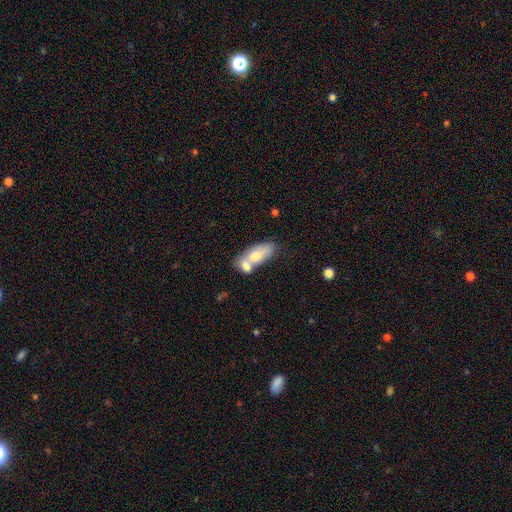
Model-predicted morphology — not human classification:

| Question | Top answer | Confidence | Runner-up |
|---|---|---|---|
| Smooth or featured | smooth | 67% | featured or disk (26%) |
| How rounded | in between | 82% | cigar-shaped (14%) |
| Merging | merger | 54% | none (29%) |